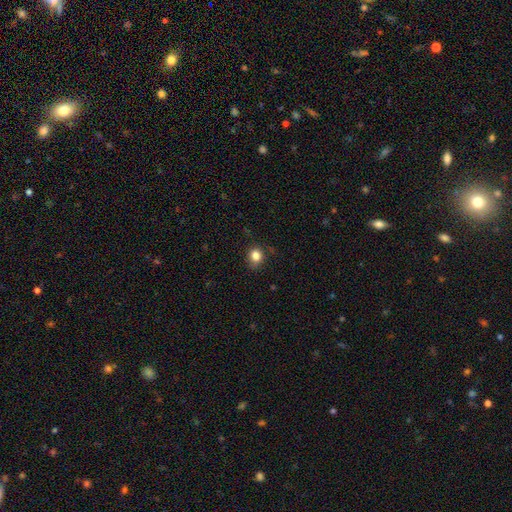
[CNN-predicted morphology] A smooth galaxy with no disk features (83%) that is round (73%). Merging: none (79%).